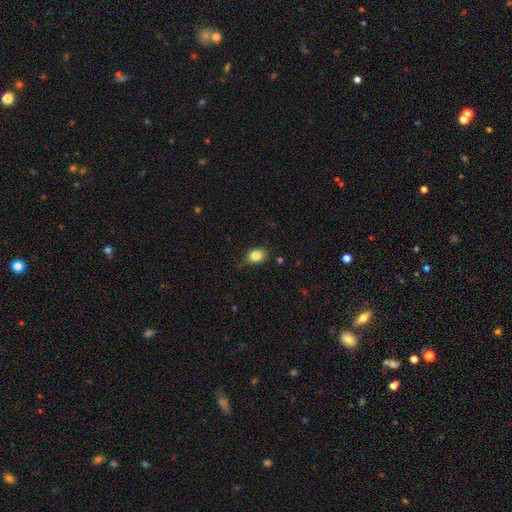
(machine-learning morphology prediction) The model was most divided on "how rounded": in between: 62%, round: 37%, cigar-shaped: 1%. More confident: smooth or featured — smooth (84%); merging — none (74%).